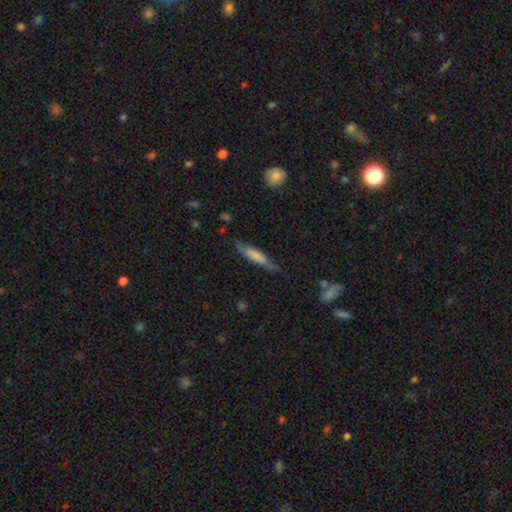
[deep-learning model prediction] Smooth or featured? smooth (63%)
How rounded? cigar-shaped (82%)
Merging? none (67%)